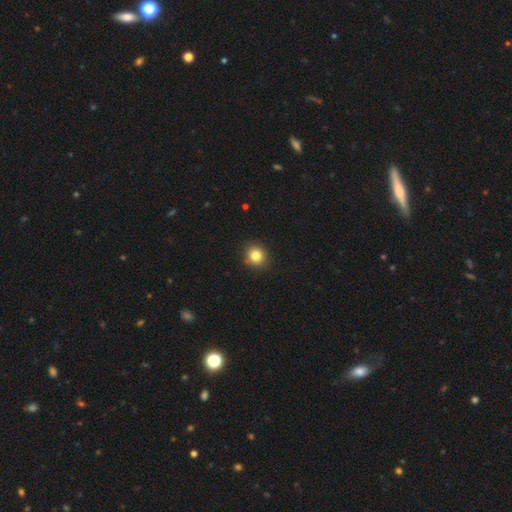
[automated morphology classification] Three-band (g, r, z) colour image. It shows a smooth galaxy with no disk features (82%) that is round (78%). Merging: none (89%).